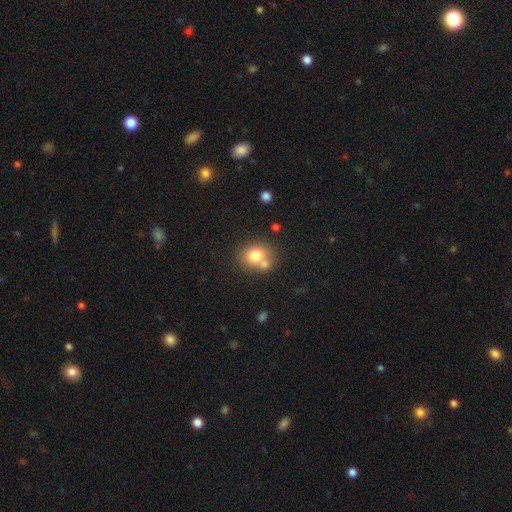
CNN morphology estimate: This appears to be a smooth galaxy with no disk features (75%) that is round (67%). Merging: none (52%).